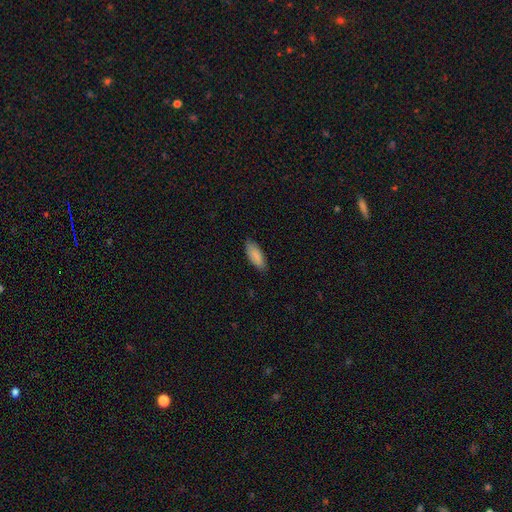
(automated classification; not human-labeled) smooth_or_featured: smooth (p=0.88) [alt: featured or disk p=0.06]
how_rounded: in between (p=0.75) [alt: cigar-shaped p=0.24]
merging: none (p=0.84) [alt: minor disturbance p=0.13]